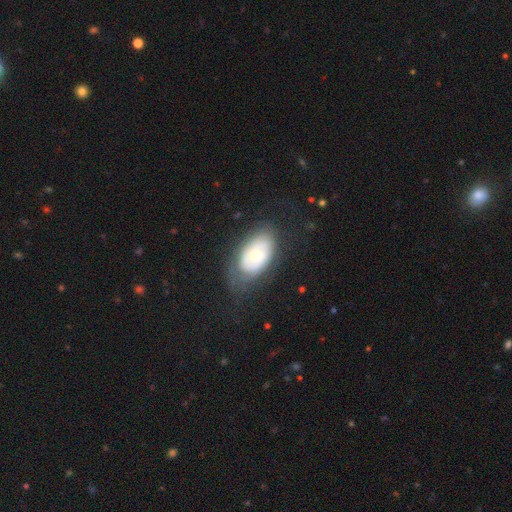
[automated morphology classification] Smooth or featured? featured or disk (53%)
Edge-on disk? no (94%)
Merging? none (59%)